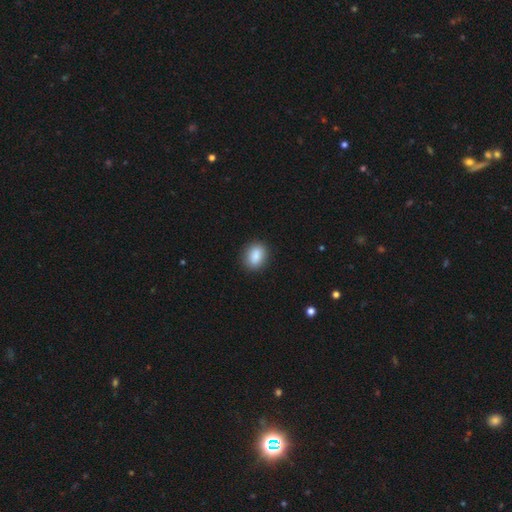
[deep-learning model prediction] smooth-or-featured: smooth: 87% | star or artifact: 7% | featured or disk: 6%
  how-rounded: in between: 62% | round: 36% | cigar-shaped: 1%
  merging: none: 89% | minor disturbance: 8% | major disturbance: 2% | merger: 1%